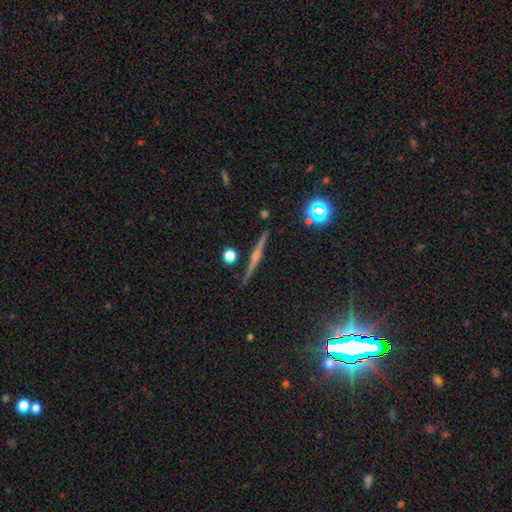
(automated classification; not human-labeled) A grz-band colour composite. It shows a featured or disk galaxy (70%) viewed edge-on (98%) with a rounded central bulge (76%). Merging: none (90%).